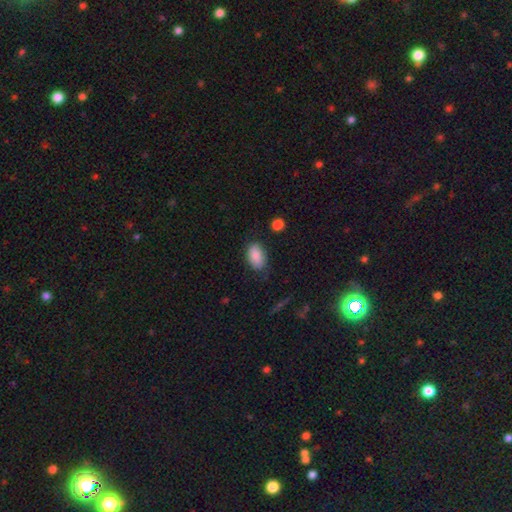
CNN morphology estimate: A smooth galaxy with no disk features (88%) that is in between round and cigar-shaped (92%). Merging: none (77%).